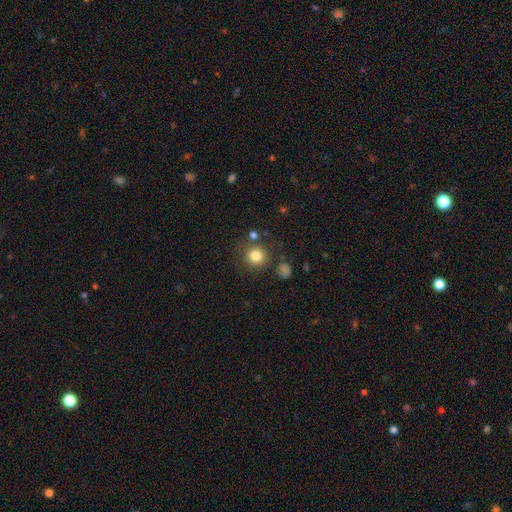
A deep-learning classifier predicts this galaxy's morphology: smooth-or-featured: smooth: 82% | star or artifact: 12% | featured or disk: 6%
  how-rounded: round: 92% | in between: 7% | cigar-shaped: 1%
  merging: none: 82% | minor disturbance: 8% | merger: 6% | major disturbance: 4%